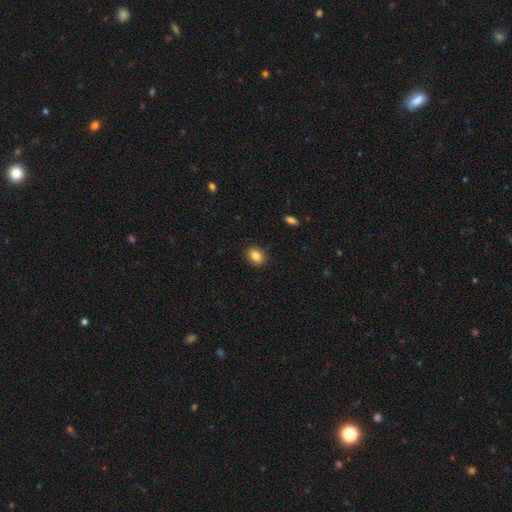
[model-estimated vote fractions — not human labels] smooth-or-featured: smooth: 84% | star or artifact: 9% | featured or disk: 7%
  how-rounded: in between: 67% | round: 31% | cigar-shaped: 1%
  merging: none: 89% | minor disturbance: 8% | major disturbance: 2% | merger: 1%